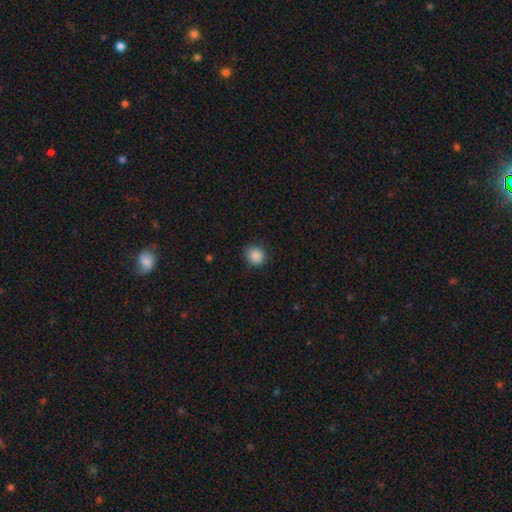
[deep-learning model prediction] A smooth galaxy with no disk features (88%) that is round (83%). Merging: none (85%).